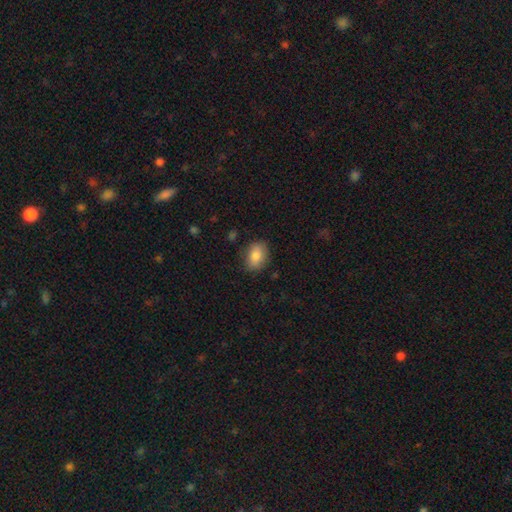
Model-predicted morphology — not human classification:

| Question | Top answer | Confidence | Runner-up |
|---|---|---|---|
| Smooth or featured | smooth | 83% | featured or disk (9%) |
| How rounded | in between | 77% | round (21%) |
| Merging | none | 82% | minor disturbance (14%) |